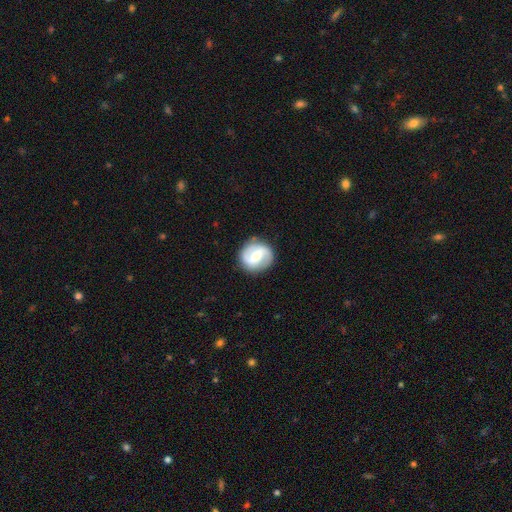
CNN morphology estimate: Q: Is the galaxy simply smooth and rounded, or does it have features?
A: featured or disk — 69%.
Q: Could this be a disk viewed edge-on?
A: no — 98%.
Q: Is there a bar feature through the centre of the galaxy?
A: strong — 43%.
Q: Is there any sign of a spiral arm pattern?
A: yes — 89%.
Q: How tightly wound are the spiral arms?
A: medium — 42%.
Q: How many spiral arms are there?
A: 2 — 88%.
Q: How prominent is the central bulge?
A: small — 35%.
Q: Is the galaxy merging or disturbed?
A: none — 83%.